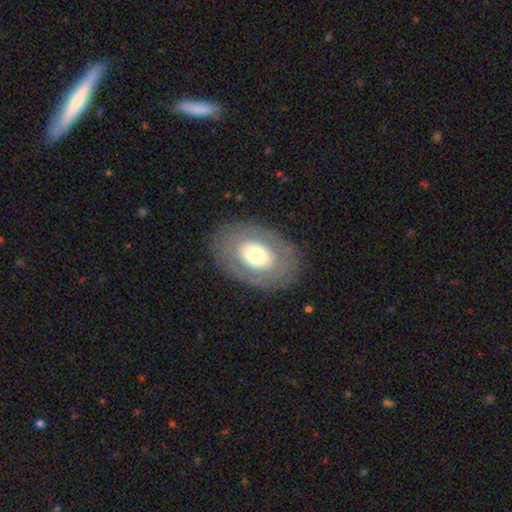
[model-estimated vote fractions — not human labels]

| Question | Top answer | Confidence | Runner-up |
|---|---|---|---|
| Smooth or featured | smooth | 54% | featured or disk (39%) |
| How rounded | in between | 78% | round (21%) |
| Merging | none | 83% | minor disturbance (10%) |